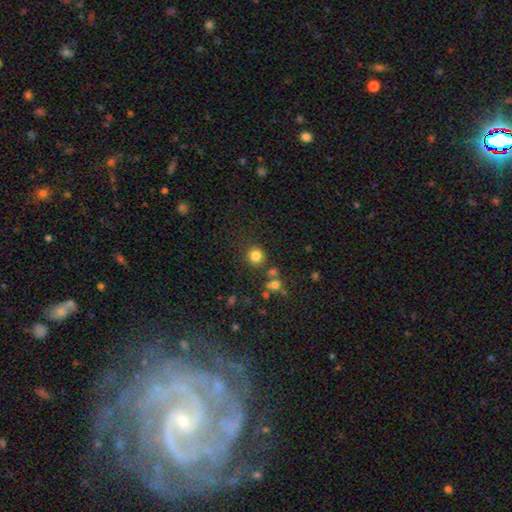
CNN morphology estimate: This is clearly a smooth galaxy (81%). How rounded: clearly round (91%). Merging: clearly none (82%).